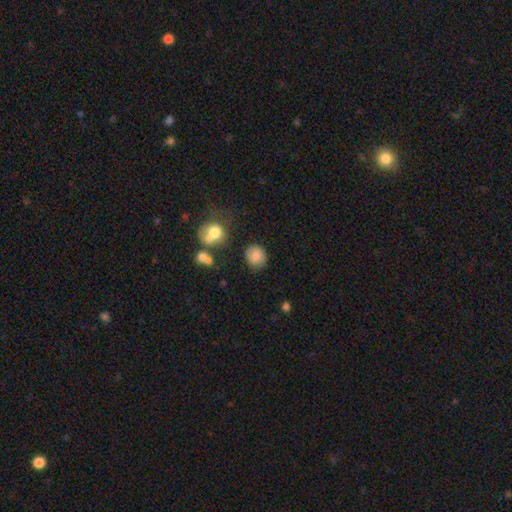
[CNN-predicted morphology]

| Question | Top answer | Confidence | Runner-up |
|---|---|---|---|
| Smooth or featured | smooth | 80% | featured or disk (11%) |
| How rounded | round | 80% | in between (19%) |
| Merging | none | 79% | minor disturbance (13%) |